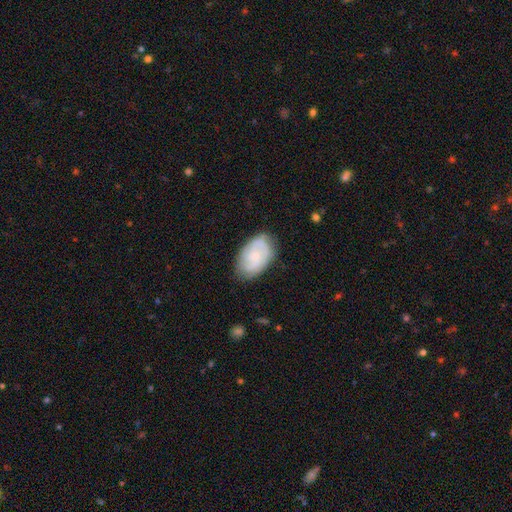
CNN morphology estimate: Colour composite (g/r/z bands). It shows a featured or disk galaxy (63%) with no bar (69%), 2 (37%) tight (50%) spiral arms (90%) and a small central bulge (58%). Merging: none (75%).